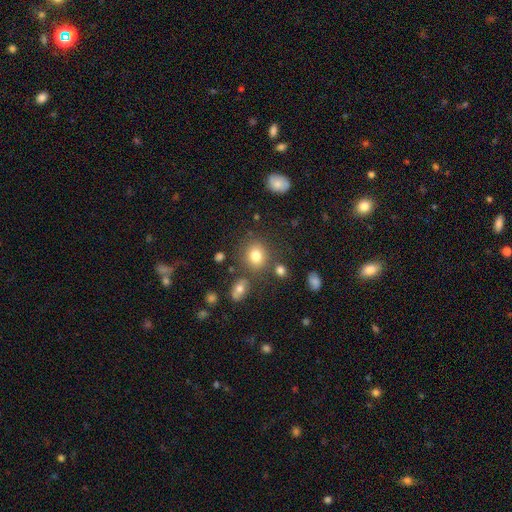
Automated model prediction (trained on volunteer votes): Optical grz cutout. It shows a smooth galaxy with no disk features (78%) that is round (75%). Merging: none (77%).